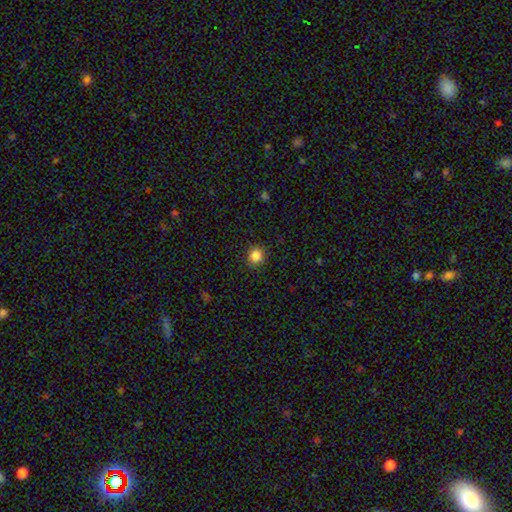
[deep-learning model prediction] smooth 85%, star or artifact 12%, featured or disk 4%. Down the decision tree: how rounded — round (93%); merging — none (91%).